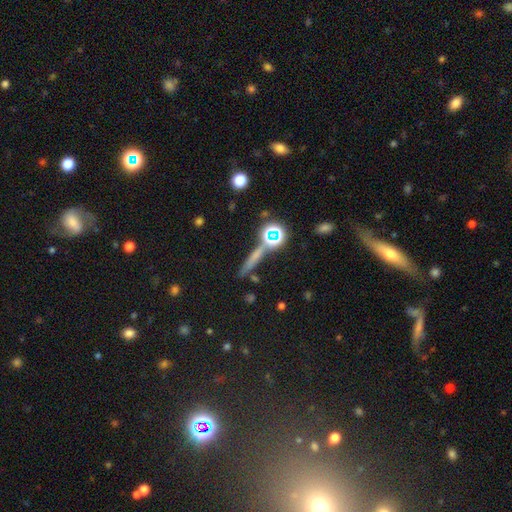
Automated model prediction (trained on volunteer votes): Smooth or featured? smooth (51%)
How rounded? cigar-shaped (78%)
Merging? none (76%)